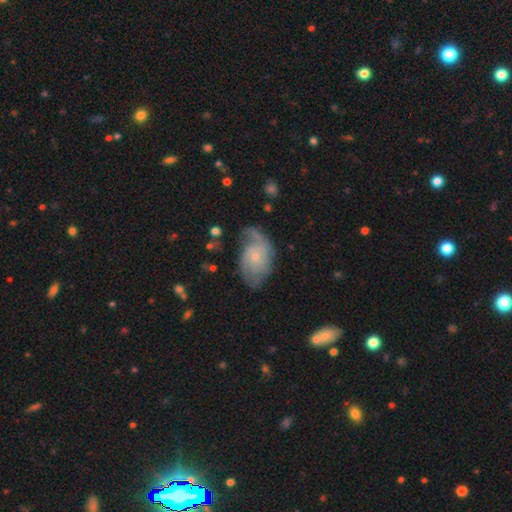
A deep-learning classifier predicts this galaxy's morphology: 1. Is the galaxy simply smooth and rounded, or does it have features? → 75% featured or disk, 19% smooth, 6% star or artifact.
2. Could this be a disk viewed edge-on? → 97% no, 3% yes.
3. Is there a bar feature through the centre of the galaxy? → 74% no, 22% weak, 3% strong.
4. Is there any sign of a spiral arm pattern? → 91% yes, 9% no.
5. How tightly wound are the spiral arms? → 41% medium, 32% tight, 27% loose.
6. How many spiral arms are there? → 44% 2, 24% can't tell, 13% 3, 10% 1, 5% 4, 4% more than 4.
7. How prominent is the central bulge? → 76% small, 17% moderate, 4% none, 1% large, 1% dominant.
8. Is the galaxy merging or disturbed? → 56% none, 26% minor disturbance, 16% major disturbance, 2% merger.